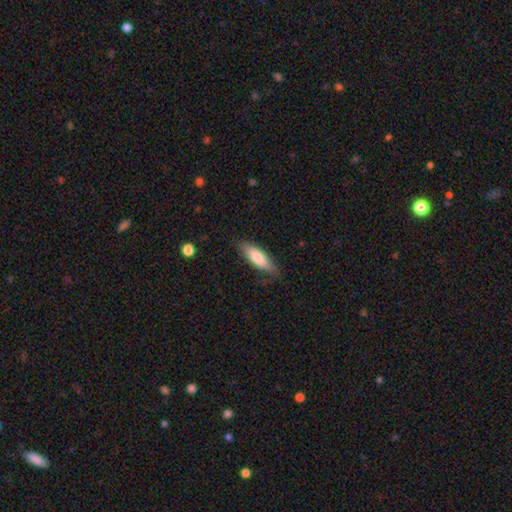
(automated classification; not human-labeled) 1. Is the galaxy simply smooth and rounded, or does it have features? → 77% smooth, 17% featured or disk, 6% star or artifact.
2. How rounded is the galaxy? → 51% cigar-shaped, 47% in between, 2% round.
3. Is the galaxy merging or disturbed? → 79% none, 16% minor disturbance, 3% major disturbance, 1% merger.